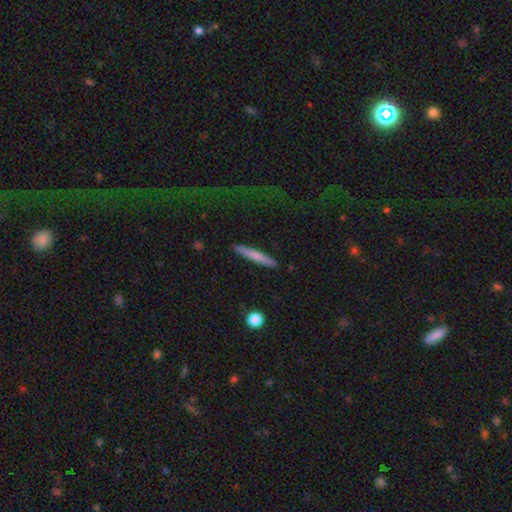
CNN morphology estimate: type=smooth (68%); roundness=cigar-shaped (95%); merging=none (90%).